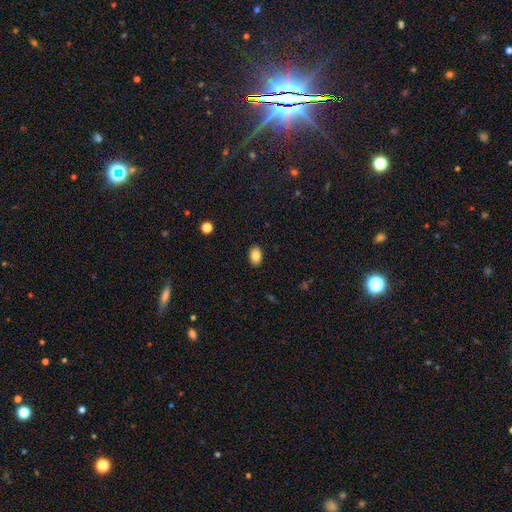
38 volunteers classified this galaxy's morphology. smooth_or_featured: smooth (p=0.87) [alt: star or artifact p=0.08]
how_rounded: in between (p=0.85) [alt: round p=0.15]
merging: none (p=0.83) [alt: minor disturbance p=0.11]